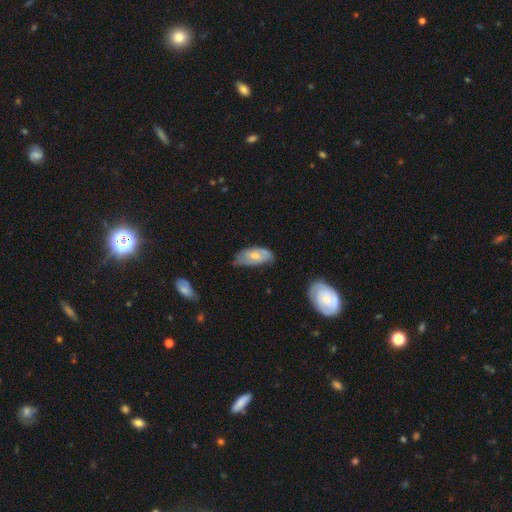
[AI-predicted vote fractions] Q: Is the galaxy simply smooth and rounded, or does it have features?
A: smooth — 49%.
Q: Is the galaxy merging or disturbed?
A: none — 50%.